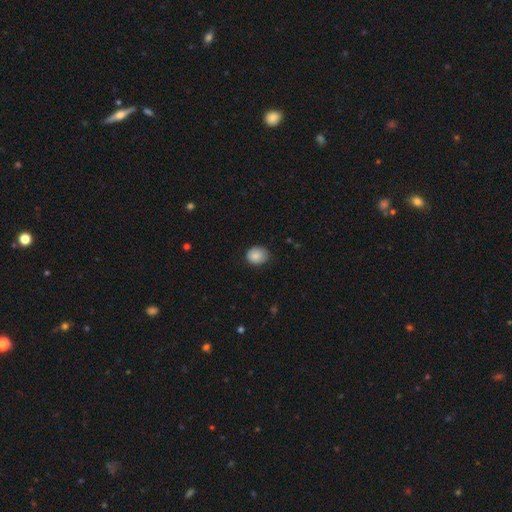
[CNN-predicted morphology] type=smooth (86%); roundness=round (64%); merging=none (75%).